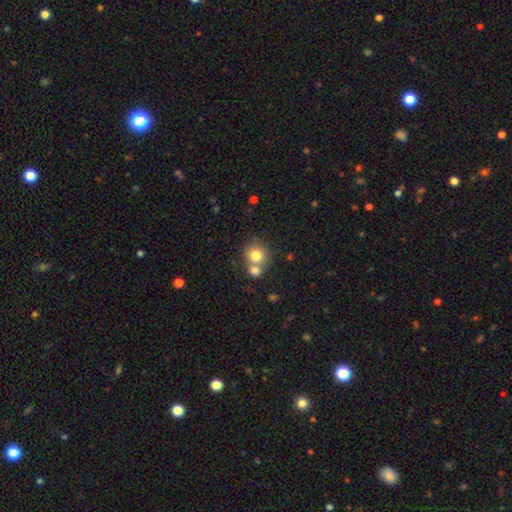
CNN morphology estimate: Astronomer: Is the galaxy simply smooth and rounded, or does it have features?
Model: smooth — 77%.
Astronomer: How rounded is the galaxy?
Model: round — 82%.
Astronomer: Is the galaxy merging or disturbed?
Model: none — 45% (runner-up: merger, 44%).